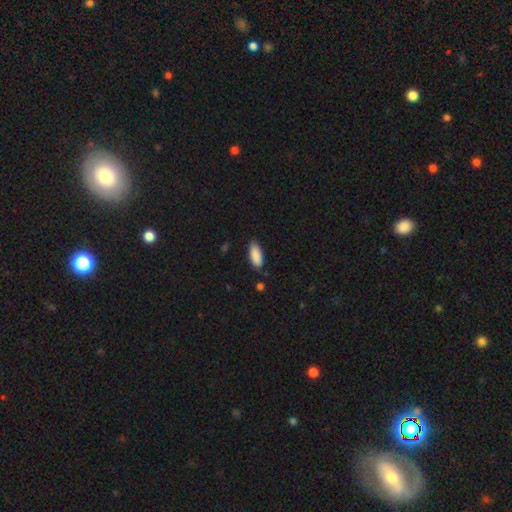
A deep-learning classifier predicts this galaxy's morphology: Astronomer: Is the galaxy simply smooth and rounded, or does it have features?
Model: smooth — 90%.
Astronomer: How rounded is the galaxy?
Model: in between — 85%.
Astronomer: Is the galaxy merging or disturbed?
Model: none — 82%.